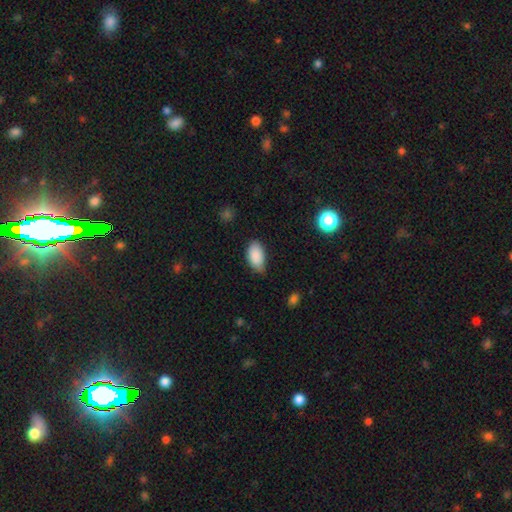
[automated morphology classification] The model was most divided on "merging": none: 71%, minor disturbance: 24%, major disturbance: 4%, merger: 1%. More confident: how rounded — in between (95%); smooth or featured — smooth (89%).